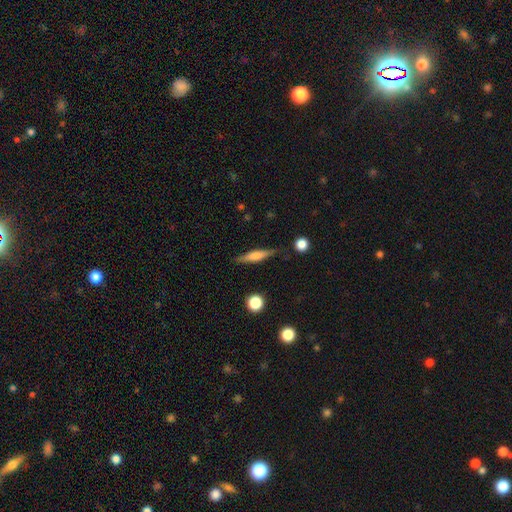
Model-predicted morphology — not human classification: A smooth galaxy with no disk features (50%).

Vote fractions:
- Smooth or featured? smooth: 50% / featured or disk: 43% / star or artifact: 7%
- Merging? none: 83% / minor disturbance: 12% / major disturbance: 3% / merger: 2%